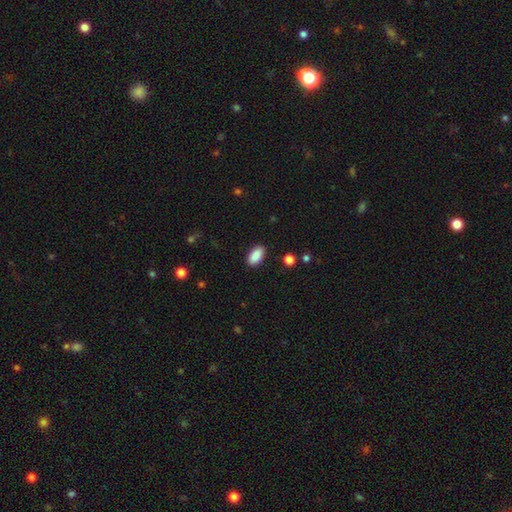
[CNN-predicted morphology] The model was most divided on "merging": none: 87%, minor disturbance: 10%, major disturbance: 2%, merger: 1%. More confident: how rounded — in between (93%); smooth or featured — smooth (90%).